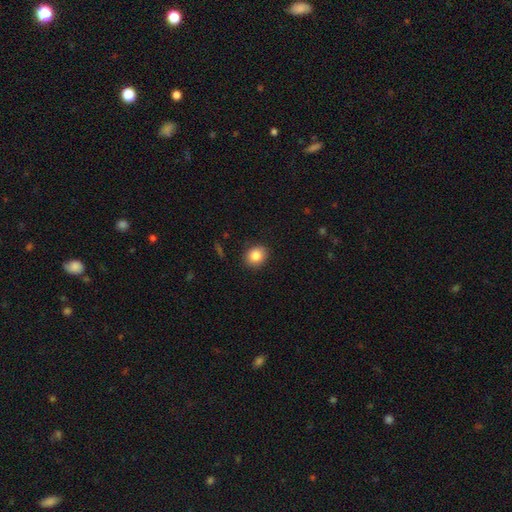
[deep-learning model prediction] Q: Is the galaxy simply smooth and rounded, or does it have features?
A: smooth — 85%.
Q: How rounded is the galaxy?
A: round — 62%.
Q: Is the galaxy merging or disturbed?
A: none — 90%.